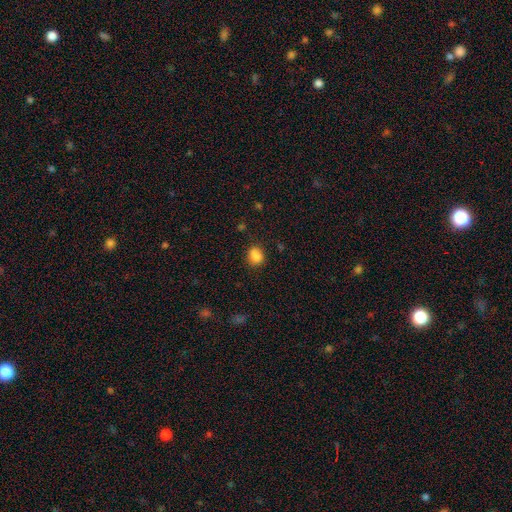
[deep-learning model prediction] Smooth or featured?
  - smooth: 83% *
  - star or artifact: 11%
  - featured or disk: 6%
How rounded?
  - round: 53% *
  - in between: 46%
  - cigar-shaped: 1%
Merging?
  - none: 66% *
  - minor disturbance: 17%
  - merger: 13%
  - major disturbance: 5%